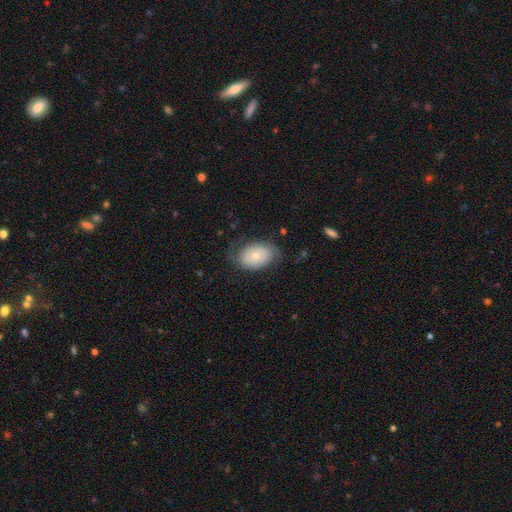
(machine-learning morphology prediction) Smooth or featured?
  - featured or disk: 50% *
  - smooth: 43%
  - star or artifact: 7%
Merging?
  - none: 64% *
  - minor disturbance: 23%
  - major disturbance: 12%
  - merger: 1%